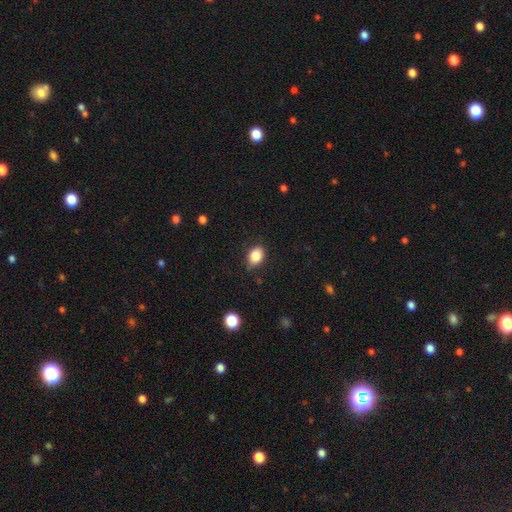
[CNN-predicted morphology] The model was most divided on "how rounded": in between: 77%, round: 22%, cigar-shaped: 1%. More confident: smooth or featured — smooth (84%); merging — none (81%).